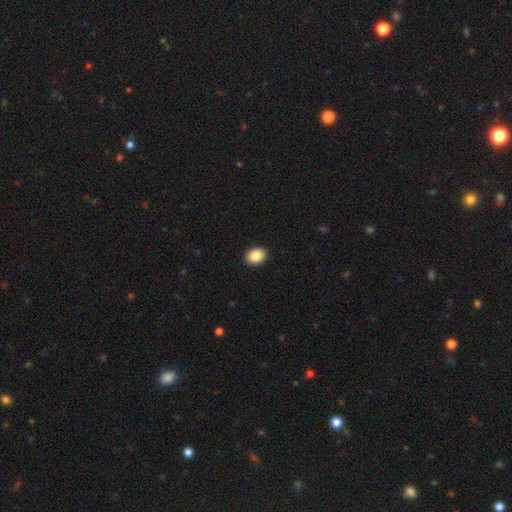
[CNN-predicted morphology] type=smooth (88%); roundness=in between (64%); merging=none (91%).